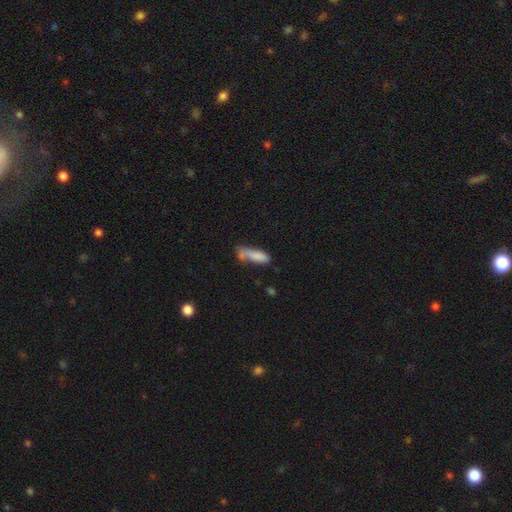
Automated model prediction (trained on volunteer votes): Smooth or featured?
  - smooth: 80% *
  - featured or disk: 13%
  - star or artifact: 8%
How rounded?
  - cigar-shaped: 55% *
  - in between: 43%
  - round: 2%
Merging?
  - none: 39% *
  - minor disturbance: 25%
  - merger: 24%
  - major disturbance: 13%